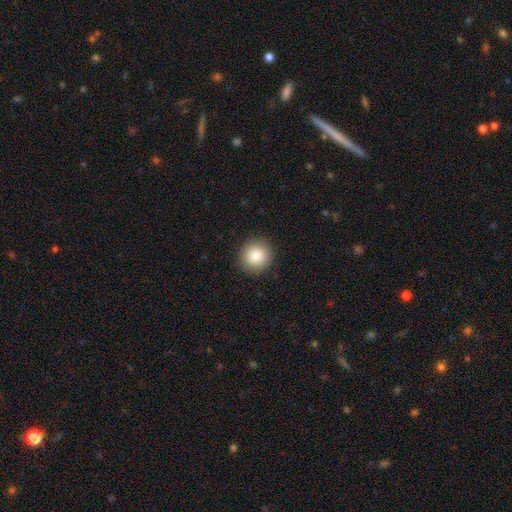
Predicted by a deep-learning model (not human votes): Smooth or featured? Predicted: smooth (p=0.84). How rounded? Predicted: round (p=0.93). Merging? Predicted: none (p=0.91).